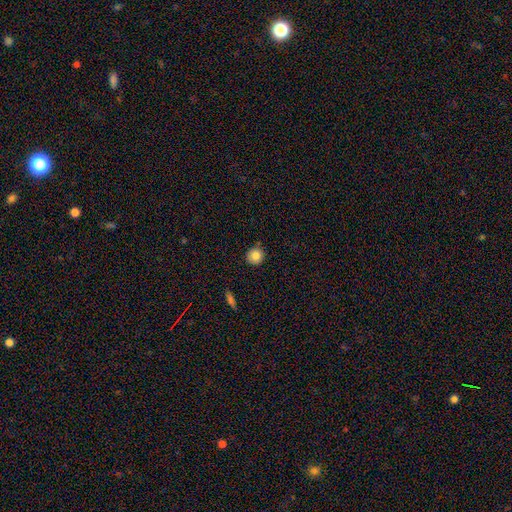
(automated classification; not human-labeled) Smooth or featured? smooth (83%)
How rounded? round (93%)
Merging? none (87%)